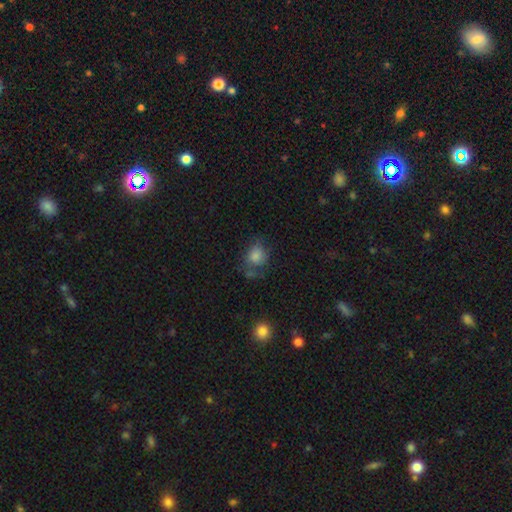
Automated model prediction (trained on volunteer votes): The model was most divided on "merging": none: 51%, minor disturbance: 25%, major disturbance: 14%, merger: 9%. More confident: smooth or featured — smooth (77%); how rounded — round (66%).